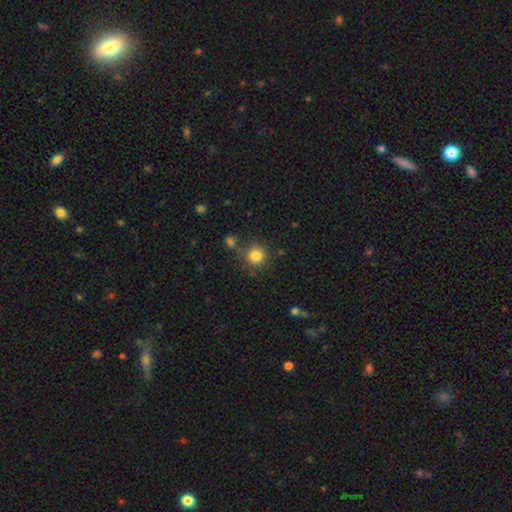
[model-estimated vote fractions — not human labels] A smooth galaxy with no disk features (83%) that is round (93%). Merging: none (79%).